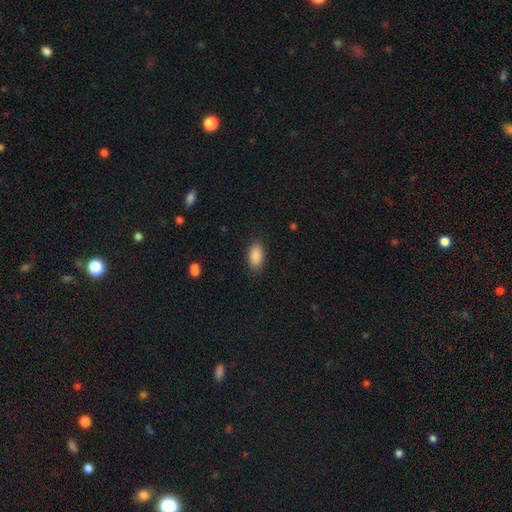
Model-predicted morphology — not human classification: smooth-or-featured: smooth: 90% | star or artifact: 7% | featured or disk: 4%
  how-rounded: in between: 93% | round: 4% | cigar-shaped: 3%
  merging: none: 86% | minor disturbance: 10% | major disturbance: 3% | merger: 1%